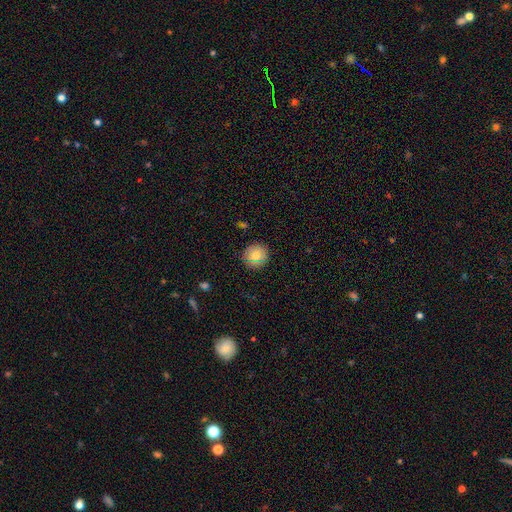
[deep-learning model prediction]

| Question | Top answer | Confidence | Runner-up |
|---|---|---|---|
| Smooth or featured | smooth | 79% | featured or disk (12%) |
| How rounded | round | 92% | in between (7%) |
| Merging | none | 87% | minor disturbance (9%) |